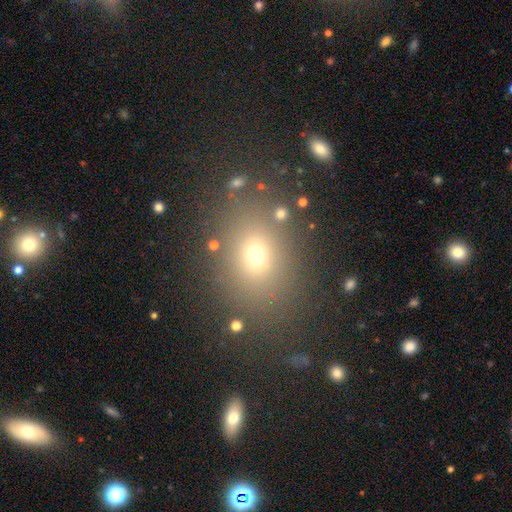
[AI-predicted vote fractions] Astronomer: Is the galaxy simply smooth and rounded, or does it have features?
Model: smooth — 66%.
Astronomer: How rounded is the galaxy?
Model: in between — 56% (runner-up: round, 43%).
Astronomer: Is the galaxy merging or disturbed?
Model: none — 82%.